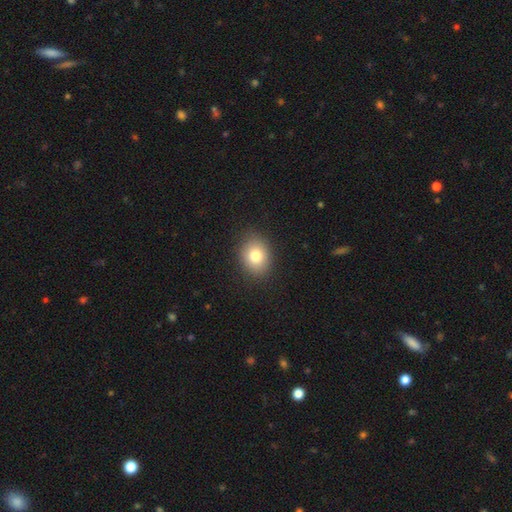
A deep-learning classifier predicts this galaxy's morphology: Q: Smooth or featured?
A: smooth (80%); runner-up: star or artifact (10%)
Q: How rounded?
A: in between (52%); runner-up: round (47%)
Q: Merging?
A: none (88%); runner-up: minor disturbance (9%)